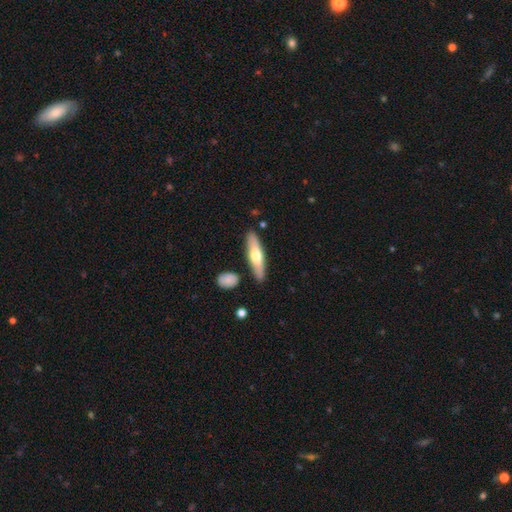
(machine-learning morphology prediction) This is possibly a smooth galaxy (53%). How rounded: likely cigar-shaped (72%). Merging: clearly none (85%).